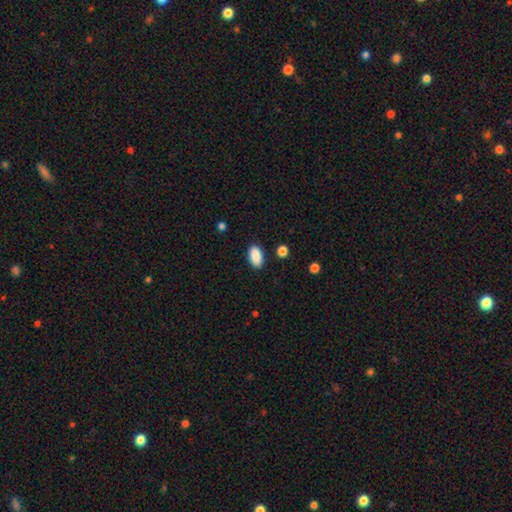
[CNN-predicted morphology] Overall: smooth (89%). How rounded: in between (93%). Merging: none (86%).